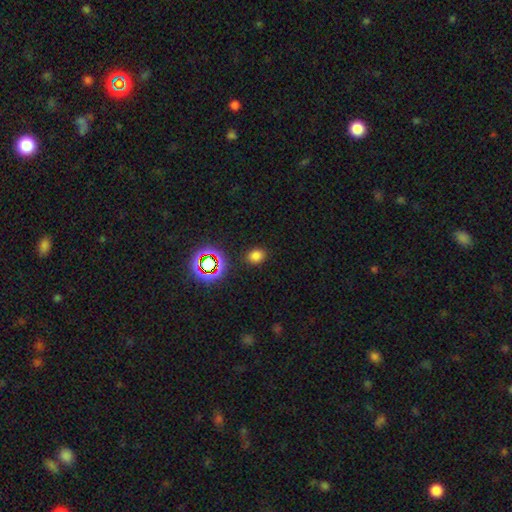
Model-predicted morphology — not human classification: Q: Smooth or featured?
A: smooth (74%); runner-up: star or artifact (20%)
Q: How rounded?
A: in between (50%); runner-up: round (49%)
Q: Merging?
A: none (87%); runner-up: minor disturbance (9%)